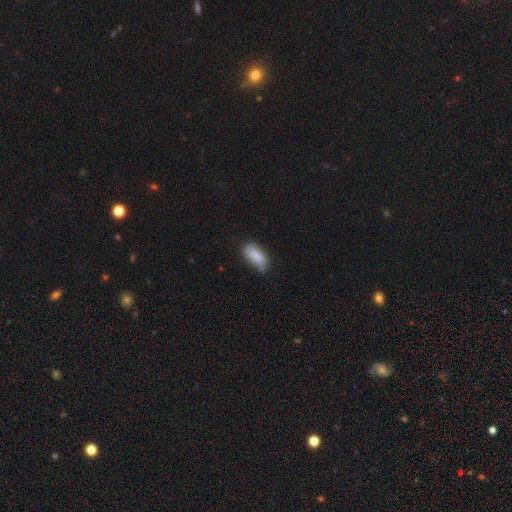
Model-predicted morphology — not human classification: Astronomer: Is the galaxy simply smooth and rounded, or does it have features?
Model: smooth — 85%.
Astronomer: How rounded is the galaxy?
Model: in between — 85%.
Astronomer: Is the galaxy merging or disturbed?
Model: none — 57% (runner-up: minor disturbance, 34%).